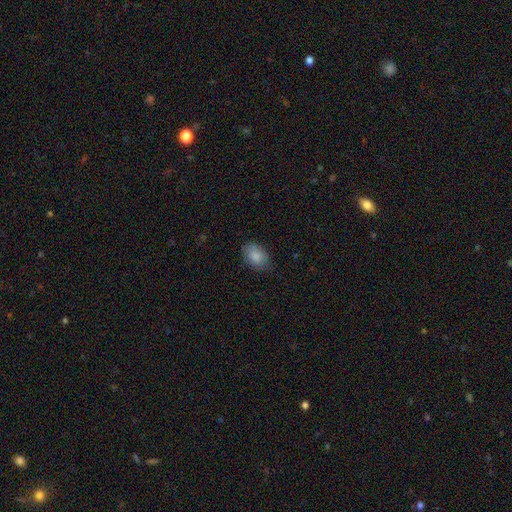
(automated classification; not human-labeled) Smooth or featured?
  - smooth: 87% *
  - star or artifact: 7%
  - featured or disk: 6%
How rounded?
  - in between: 85% *
  - round: 14%
  - cigar-shaped: 1%
Merging?
  - none: 76% *
  - minor disturbance: 19%
  - major disturbance: 4%
  - merger: 1%